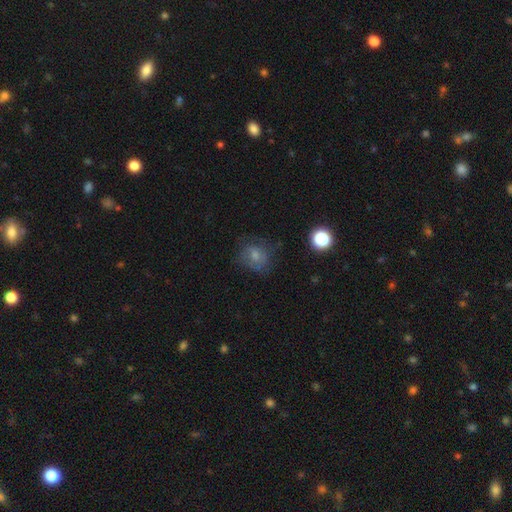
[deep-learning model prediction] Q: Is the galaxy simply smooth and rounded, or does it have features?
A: smooth — 66%.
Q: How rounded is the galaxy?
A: round — 65%.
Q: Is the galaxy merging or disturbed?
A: none — 58%.